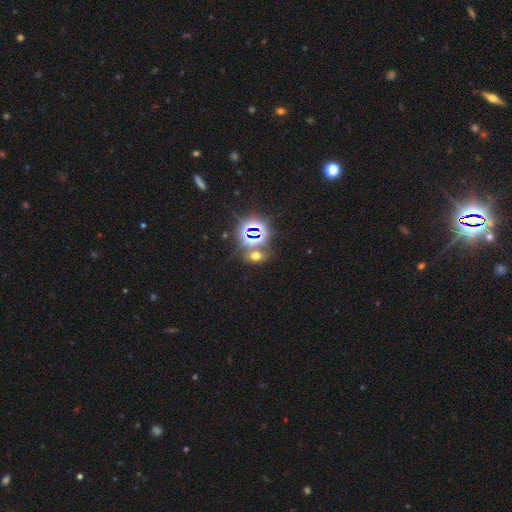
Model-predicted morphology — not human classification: smooth-or-featured: star or artifact: 48% | smooth: 42% | featured or disk: 9%